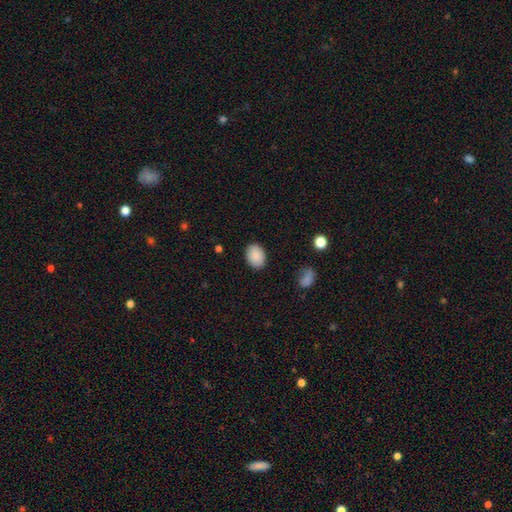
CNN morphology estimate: Q: Smooth or featured?
A: smooth (89%); runner-up: star or artifact (7%)
Q: How rounded?
A: in between (74%); runner-up: round (25%)
Q: Merging?
A: none (87%); runner-up: minor disturbance (9%)